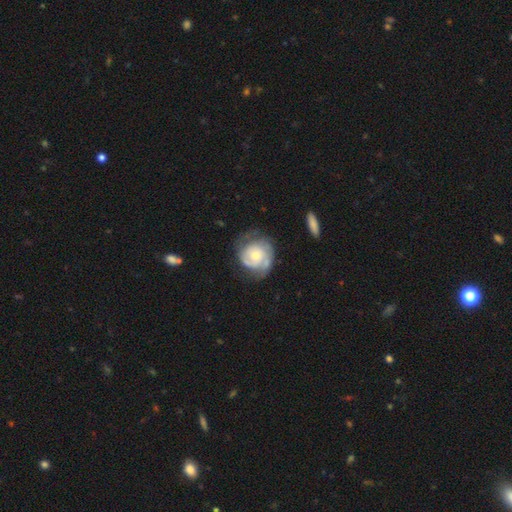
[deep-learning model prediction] Morphology: type=featured or disk (75%); edge-on=no (98%); bar=no (77%); spiral arms=yes (90%); winding=tight (62%); arm count=2 (42%); bulge=moderate (47%); merging=none (62%).